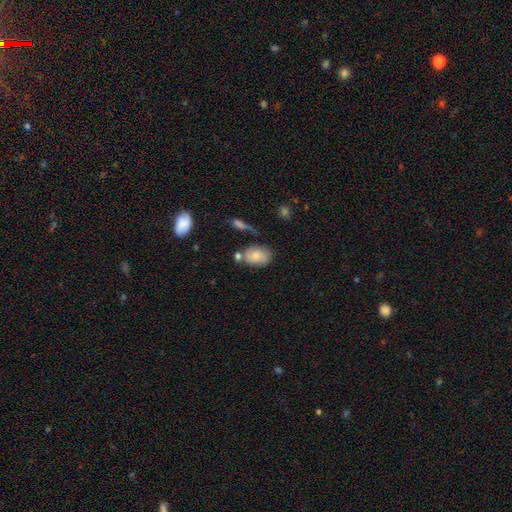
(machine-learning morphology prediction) smooth_or_featured: smooth (p=0.74) [alt: featured or disk p=0.18]
how_rounded: in between (p=0.83) [alt: round p=0.15]
merging: none (p=0.55) [alt: minor disturbance p=0.23]